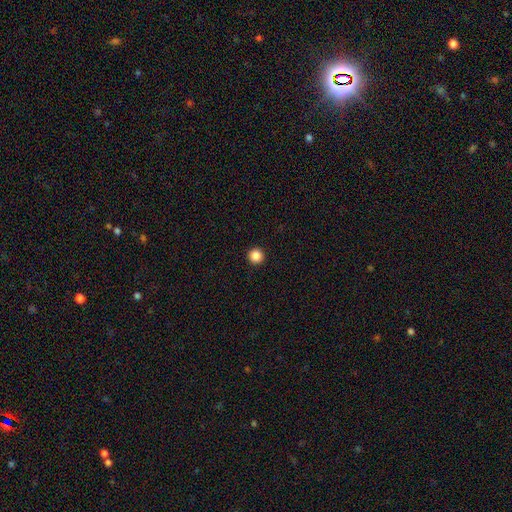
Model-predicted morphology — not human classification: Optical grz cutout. It shows a smooth galaxy with no disk features (86%) that is round (97%). Merging: none (94%).